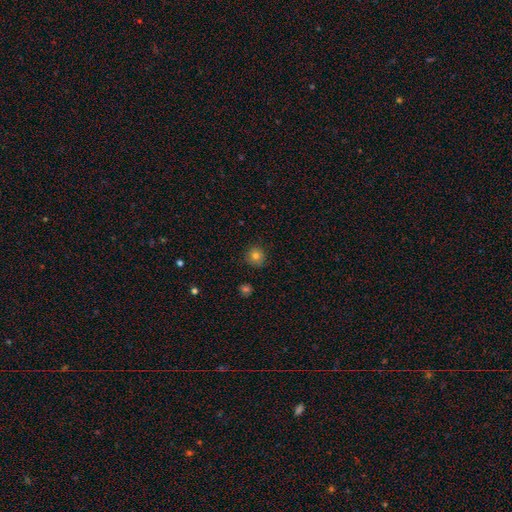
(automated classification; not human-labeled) This is clearly a smooth galaxy (80%). How rounded: clearly round (92%). Merging: clearly none (88%).